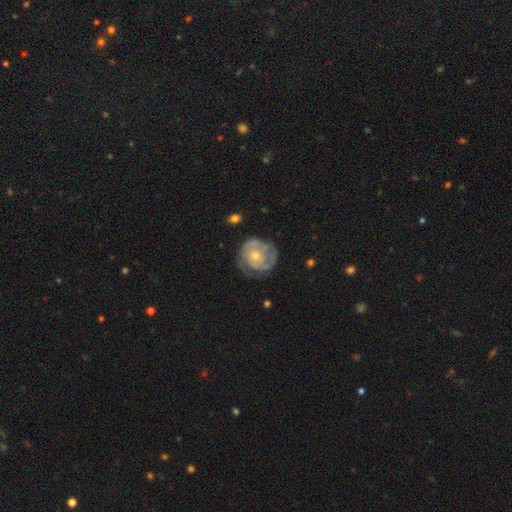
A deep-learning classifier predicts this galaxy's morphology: This appears to be a featured or disk galaxy (71%) with no bar (78%), tight (59%) spiral arms (80%) and a small central bulge (49%). Merging: none (59%).